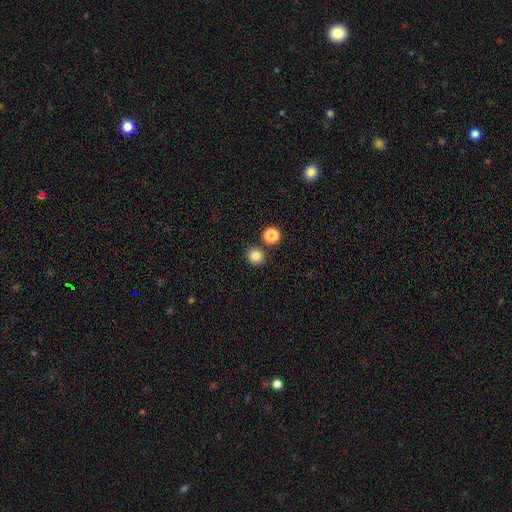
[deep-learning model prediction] A smooth galaxy with no disk features (83%) that is round (91%).

Vote fractions:
- Smooth or featured? smooth: 83% / star or artifact: 12% / featured or disk: 5%
- How rounded? round: 91% / in between: 8% / cigar-shaped: 1%
- Merging? none: 83% / merger: 8% / minor disturbance: 7% / major disturbance: 2%